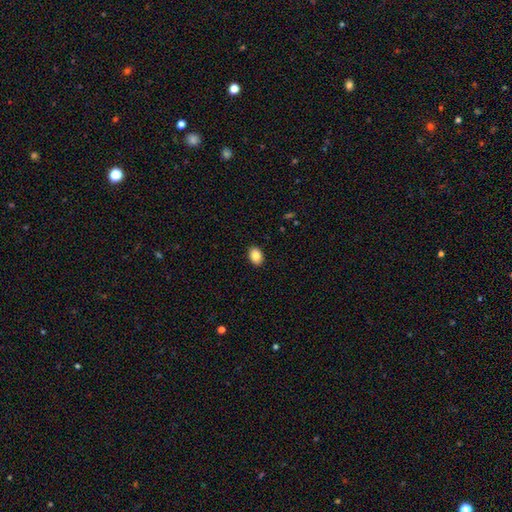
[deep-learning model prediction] A smooth galaxy with no disk features (87%) that is in between round and cigar-shaped (75%).

Vote fractions:
- Smooth or featured? smooth: 87% / star or artifact: 8% / featured or disk: 5%
- How rounded? in between: 75% / round: 24% / cigar-shaped: 1%
- Merging? none: 90% / minor disturbance: 7% / major disturbance: 2% / merger: 1%